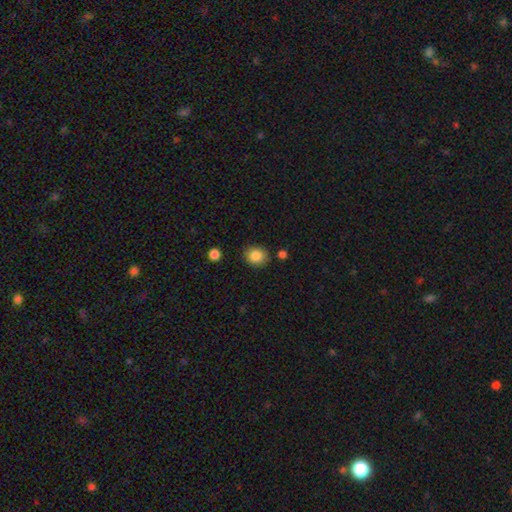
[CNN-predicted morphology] smooth_or_featured: smooth (p=0.86) [alt: star or artifact p=0.09]
how_rounded: round (p=0.70) [alt: in between p=0.29]
merging: none (p=0.83) [alt: minor disturbance p=0.11]